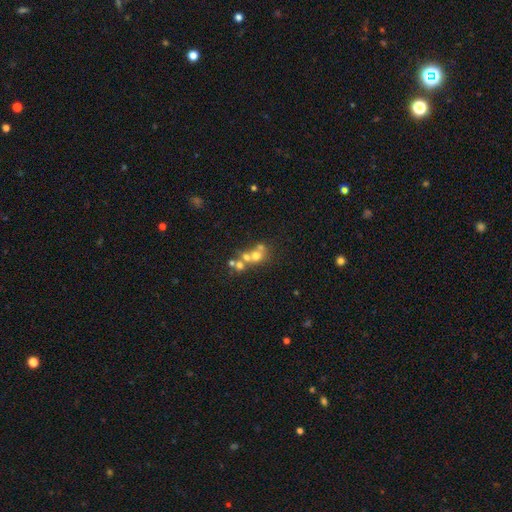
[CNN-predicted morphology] Smooth or featured? Predicted: smooth (p=0.51). How rounded? Predicted: round (p=0.77). Merging? Predicted: merger (p=0.51).